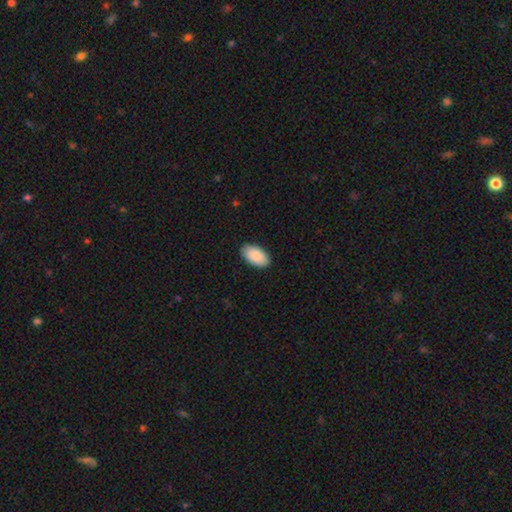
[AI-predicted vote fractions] This is clearly a smooth galaxy (91%). How rounded: clearly in between (96%). Merging: clearly none (89%).